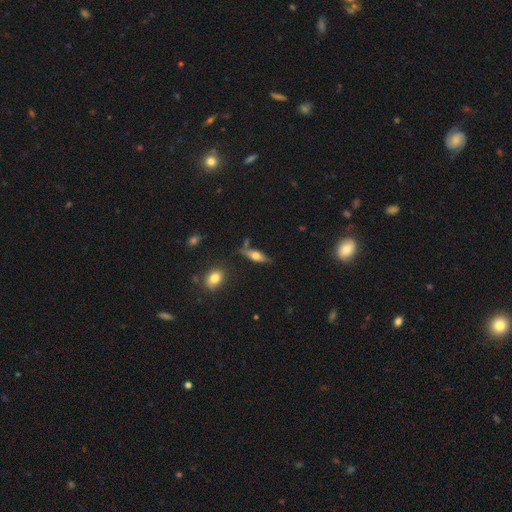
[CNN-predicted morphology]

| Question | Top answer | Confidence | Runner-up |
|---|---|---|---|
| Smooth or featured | smooth | 51% | featured or disk (42%) |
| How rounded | cigar-shaped | 49% | in between (48%) |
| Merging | none | 70% | minor disturbance (18%) |